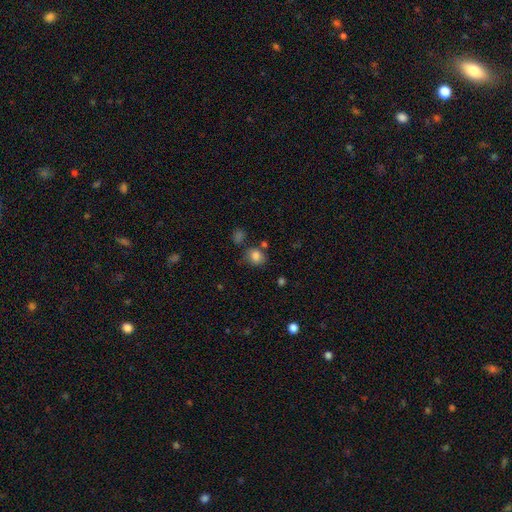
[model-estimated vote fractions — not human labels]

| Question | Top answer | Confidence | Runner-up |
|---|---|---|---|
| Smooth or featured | smooth | 82% | star or artifact (11%) |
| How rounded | round | 66% | in between (33%) |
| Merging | none | 64% | minor disturbance (20%) |